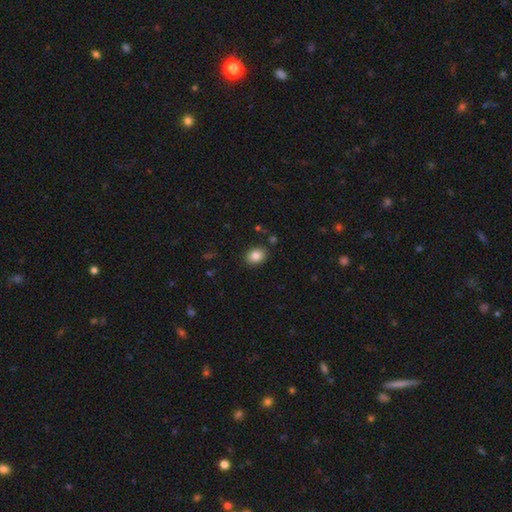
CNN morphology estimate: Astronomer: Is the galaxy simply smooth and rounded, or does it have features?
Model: smooth — 86%.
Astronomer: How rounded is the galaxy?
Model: in between — 65%.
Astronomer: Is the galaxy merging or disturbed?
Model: none — 88%.